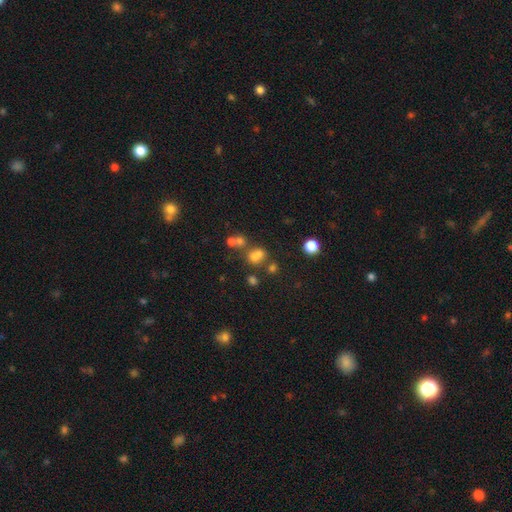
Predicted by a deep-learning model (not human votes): A smooth galaxy with no disk features (62%) that is round (64%). Merging: none (43%).